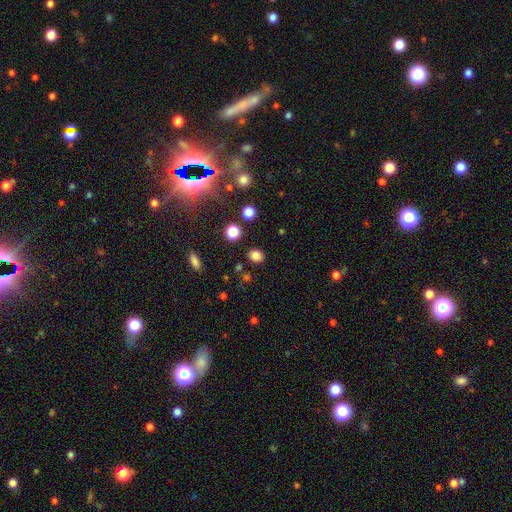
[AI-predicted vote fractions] This appears to be a smooth galaxy with no disk features (82%) that is round (65%). Merging: none (86%).